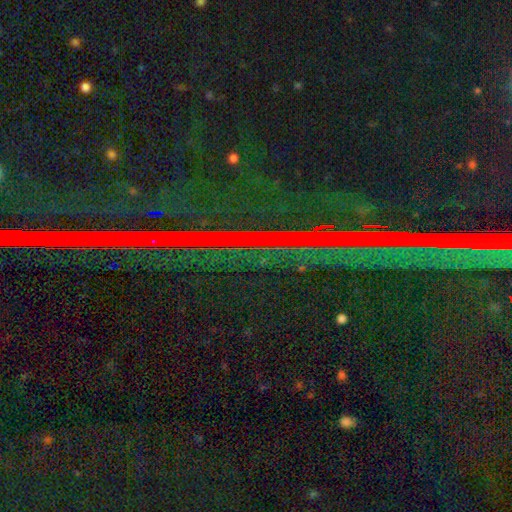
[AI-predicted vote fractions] A star or artifact, not a galaxy (87%).

Vote fractions:
- Smooth or featured? star or artifact: 87% / featured or disk: 7% / smooth: 5%